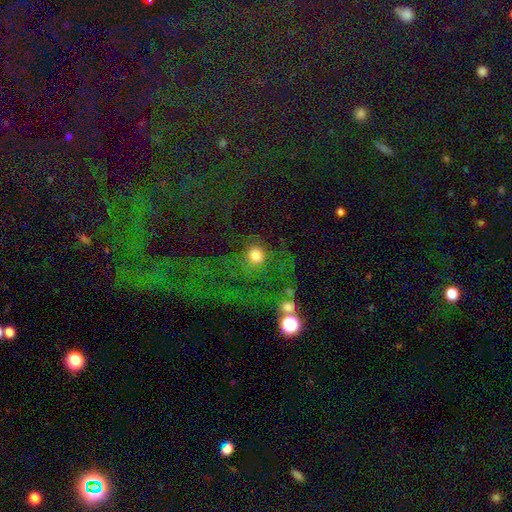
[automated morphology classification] This is likely a smooth galaxy (67%). How rounded: clearly round (86%). Merging: possibly none (58%).